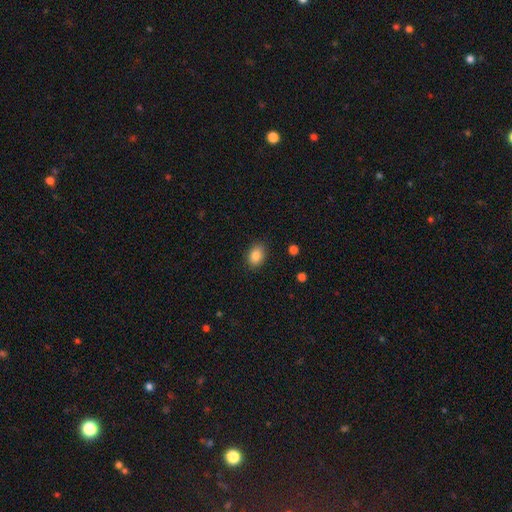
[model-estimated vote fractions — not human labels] The model was most divided on "how rounded": in between: 69%, round: 30%, cigar-shaped: 1%. More confident: merging — none (86%); smooth or featured — smooth (85%).